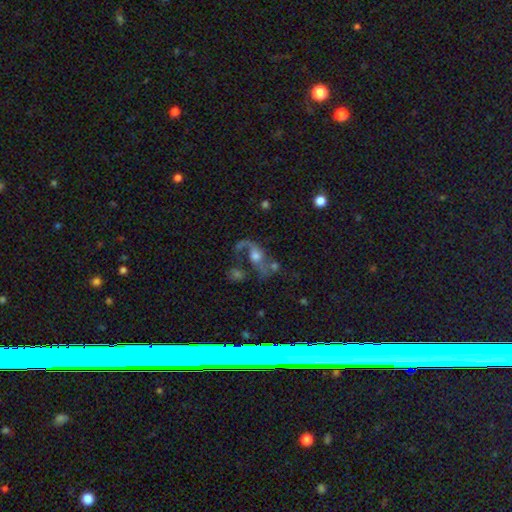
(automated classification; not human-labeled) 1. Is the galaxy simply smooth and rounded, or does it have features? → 63% featured or disk, 23% smooth, 15% star or artifact.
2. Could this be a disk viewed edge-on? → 94% no, 6% yes.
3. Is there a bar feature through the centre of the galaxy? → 70% no, 23% weak, 7% strong.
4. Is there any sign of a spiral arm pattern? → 76% yes, 24% no.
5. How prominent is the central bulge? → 53% moderate, 19% large, 18% small, 6% none, 3% dominant.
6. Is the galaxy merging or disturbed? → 33% none, 30% major disturbance, 22% merger, 15% minor disturbance.